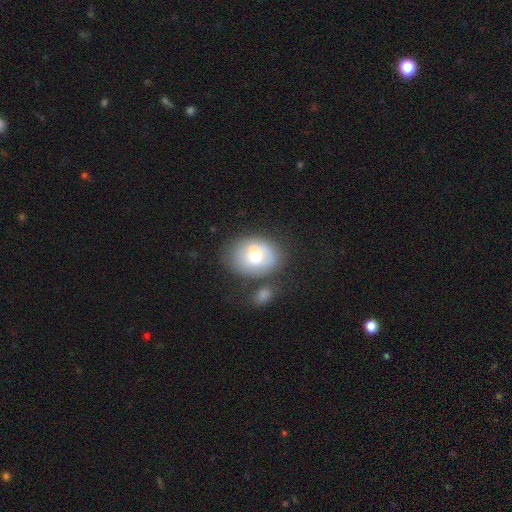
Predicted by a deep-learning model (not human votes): This is likely a smooth galaxy (62%). How rounded: possibly round (51%). Merging: marginally none (45%).